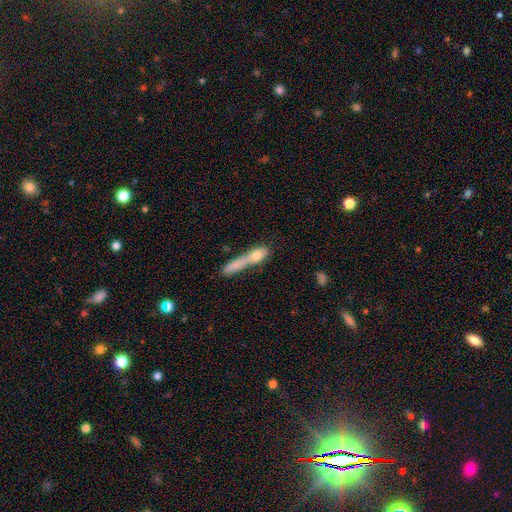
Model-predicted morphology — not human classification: Overall: smooth (62%; featured or disk 28%). How rounded: cigar-shaped (73%). Merging: merger (41%; none 25%).